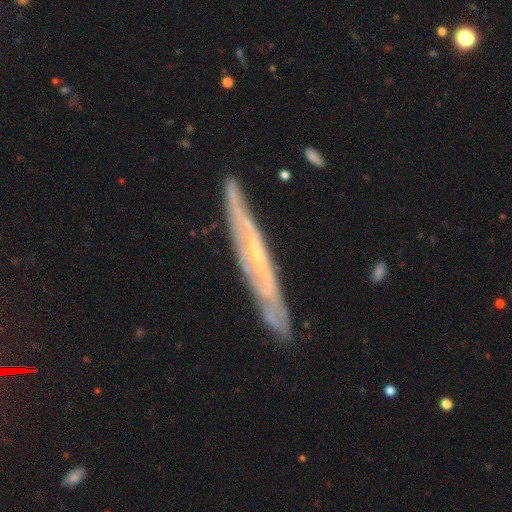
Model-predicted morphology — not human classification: Smooth or featured? featured or disk (77%)
Edge-on disk? yes (71%)
Edge-on bulge? none (67%)
Merging? none (83%)